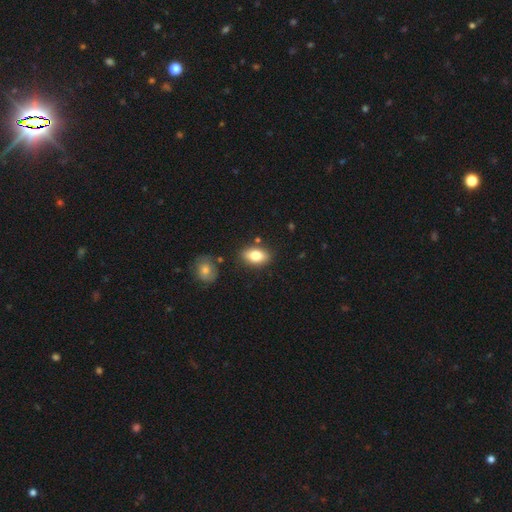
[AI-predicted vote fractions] A smooth galaxy with no disk features (79%) that is in between round and cigar-shaped (87%). Merging: none (82%).